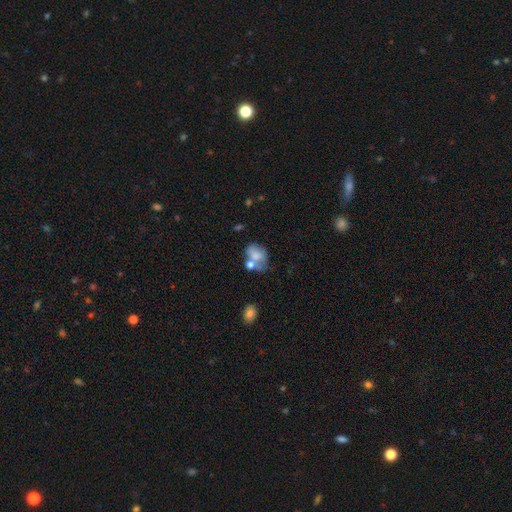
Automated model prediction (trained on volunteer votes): Q: Smooth or featured?
A: smooth (63%); runner-up: featured or disk (27%)
Q: How rounded?
A: in between (69%); runner-up: round (29%)
Q: Merging?
A: merger (36%); runner-up: none (30%)